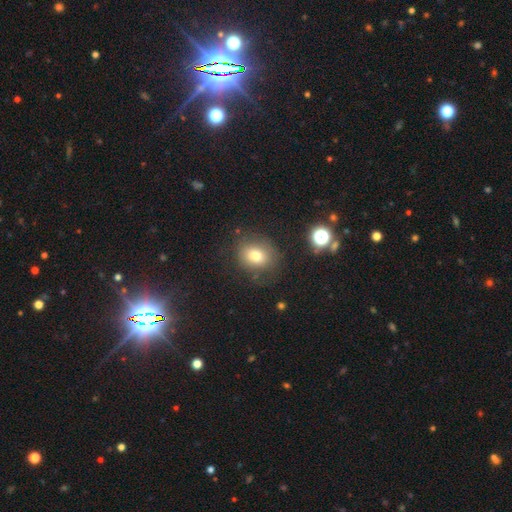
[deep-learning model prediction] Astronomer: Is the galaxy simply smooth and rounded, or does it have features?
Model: smooth — 75%.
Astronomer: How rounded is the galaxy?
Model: round — 61% (runner-up: in between, 39%).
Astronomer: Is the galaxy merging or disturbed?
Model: none — 74%.